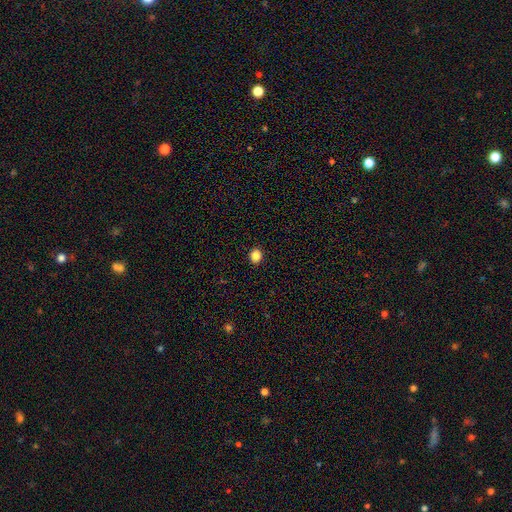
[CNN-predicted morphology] Overall: smooth (85%). How rounded: round (74%). Merging: none (92%).